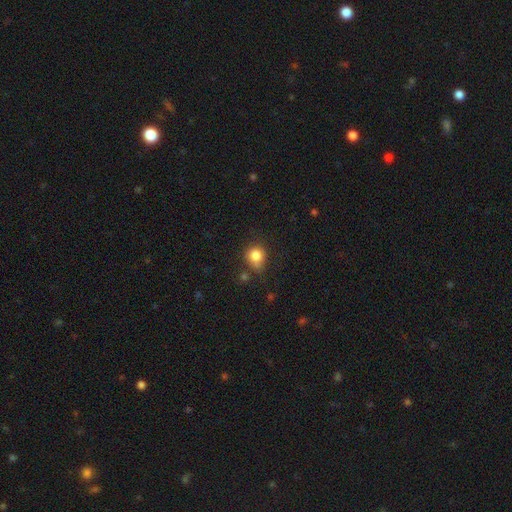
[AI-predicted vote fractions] smooth_or_featured: smooth (p=0.83) [alt: star or artifact p=0.11]
how_rounded: round (p=0.81) [alt: in between p=0.18]
merging: none (p=0.63) [alt: minor disturbance p=0.24]